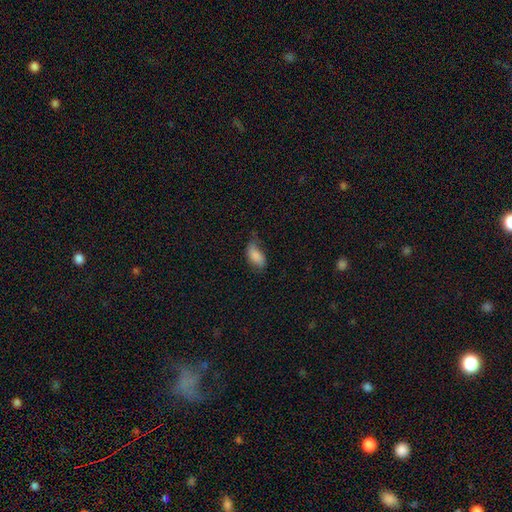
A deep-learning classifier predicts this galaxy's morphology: Q: Smooth or featured?
A: smooth (80%); runner-up: featured or disk (12%)
Q: How rounded?
A: in between (92%); runner-up: cigar-shaped (5%)
Q: Merging?
A: none (42%); runner-up: minor disturbance (38%)